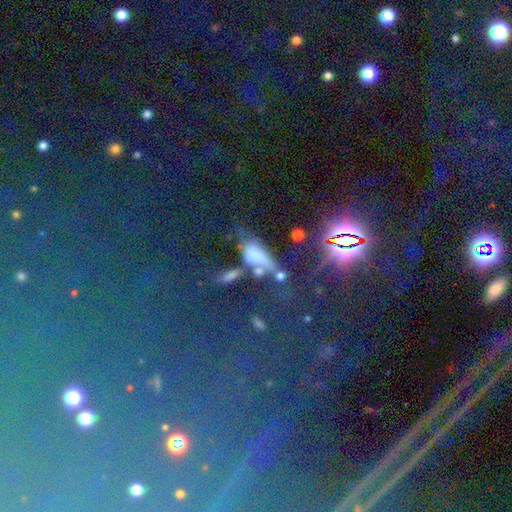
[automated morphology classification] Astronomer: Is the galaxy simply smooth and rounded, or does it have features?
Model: smooth — 48% (runner-up: star or artifact, 28%).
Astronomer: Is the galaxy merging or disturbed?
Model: merger — 31% (runner-up: major disturbance, 26%).